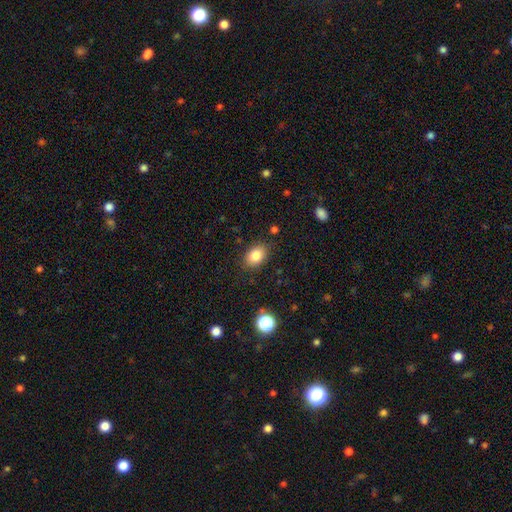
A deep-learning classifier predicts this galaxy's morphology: This appears to be a smooth galaxy with no disk features (83%) that is in between round and cigar-shaped (80%). Merging: none (85%).